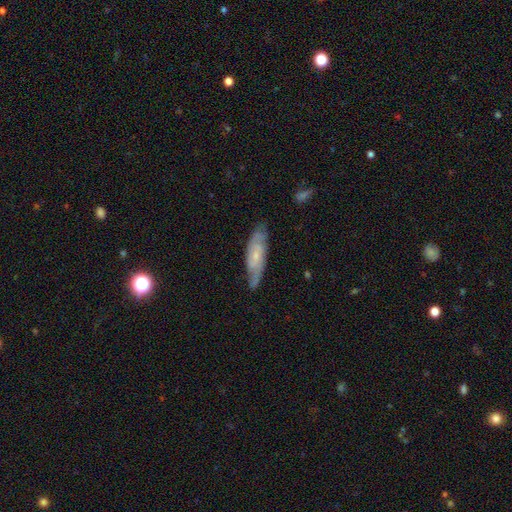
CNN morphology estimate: featured or disk 65%, smooth 29%, star or artifact 6%. Down the decision tree: edge-on disk — no (78%); bar — no (68%); spiral arms — yes (86%); bulge size — small (71%); merging — none (71%).